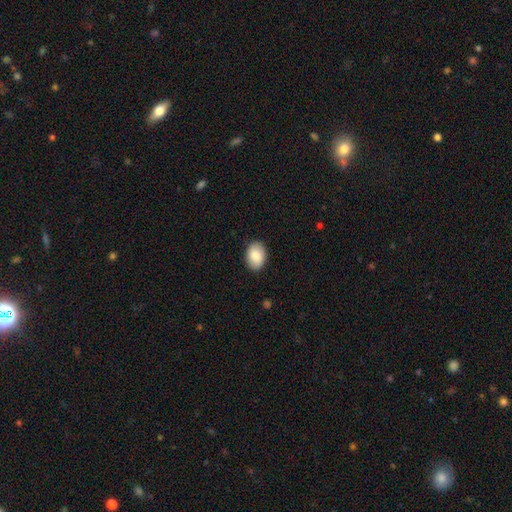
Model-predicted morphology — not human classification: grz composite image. It shows a smooth galaxy with no disk features (87%) that is in between round and cigar-shaped (84%). Merging: none (88%).